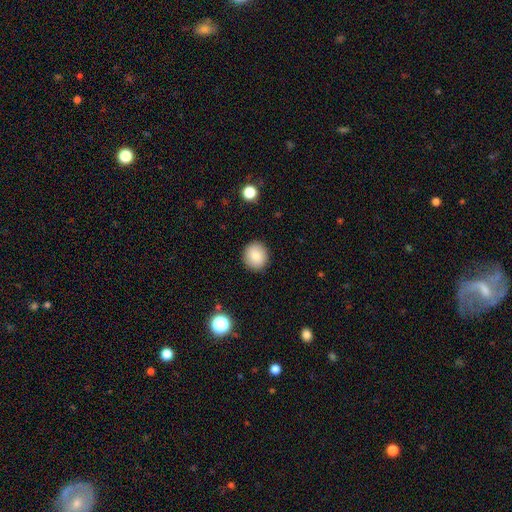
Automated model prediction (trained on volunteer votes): This is clearly a smooth galaxy (84%). How rounded: clearly round (85%). Merging: clearly none (90%).